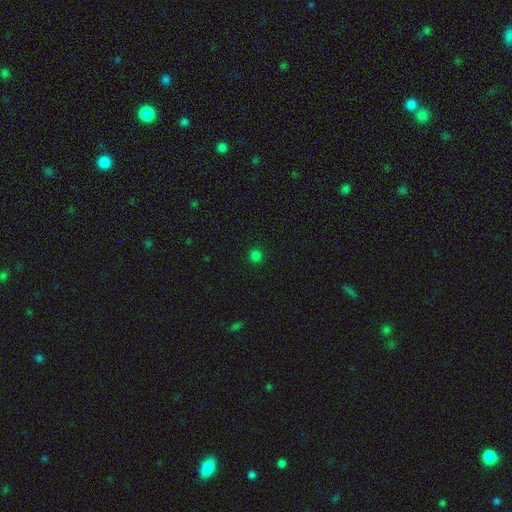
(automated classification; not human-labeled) Smooth or featured? smooth (79%)
How rounded? round (95%)
Merging? none (92%)